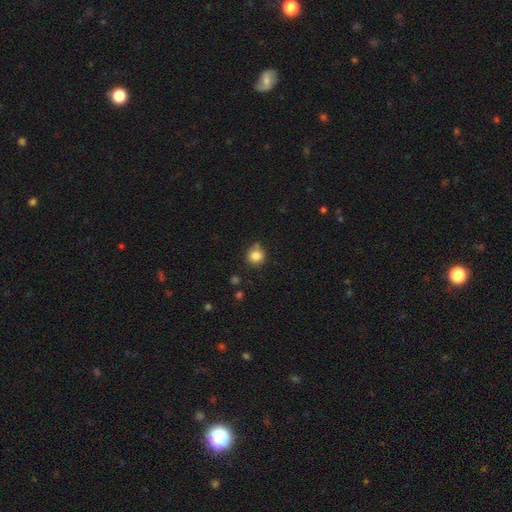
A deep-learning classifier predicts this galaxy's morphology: Smooth or featured: smooth — 84% (star or artifact — 11%)
How rounded: round — 90% (in between — 9%)
Merging: none — 71% (minor disturbance — 18%)